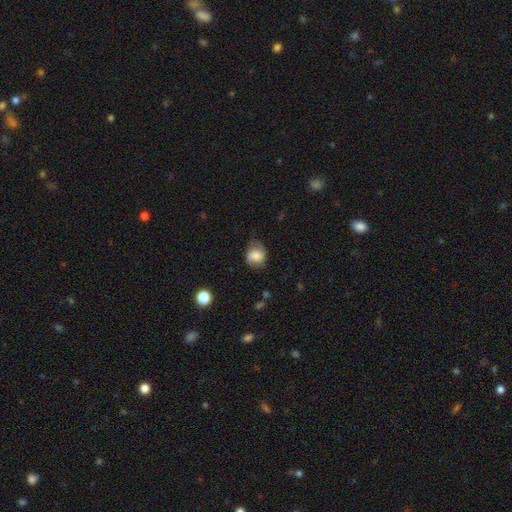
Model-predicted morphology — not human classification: This appears to be a smooth galaxy with no disk features (73%) that is round (66%). Merging: none (57%).